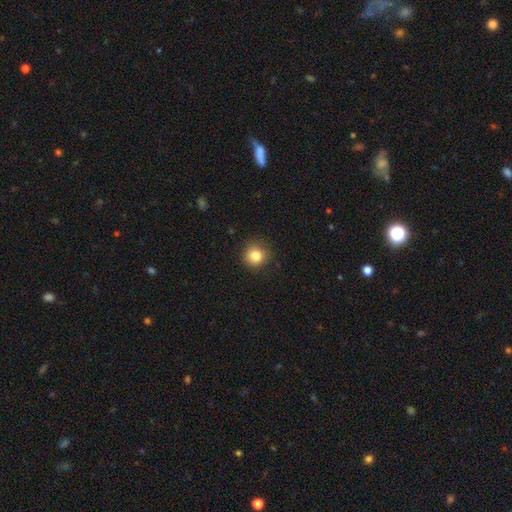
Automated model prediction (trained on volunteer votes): Q: Smooth or featured?
A: smooth (82%); runner-up: star or artifact (11%)
Q: How rounded?
A: round (91%); runner-up: in between (8%)
Q: Merging?
A: none (88%); runner-up: minor disturbance (8%)